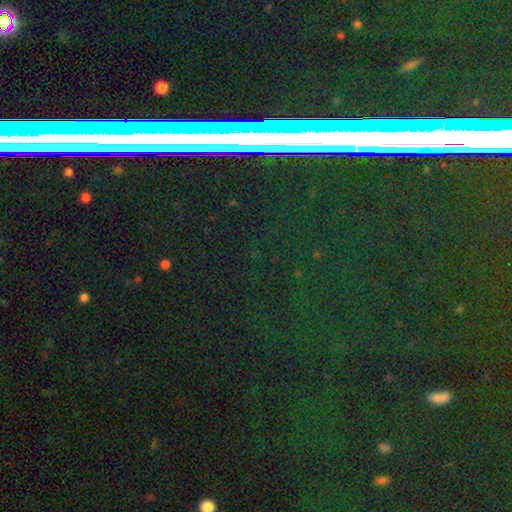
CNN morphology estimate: Smooth or featured?
  - star or artifact: 79% *
  - smooth: 12%
  - featured or disk: 9%